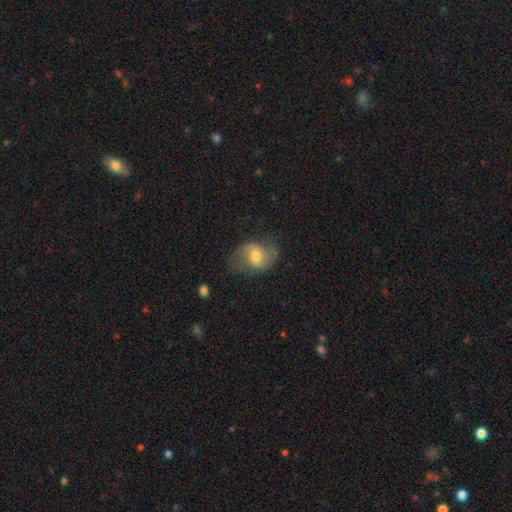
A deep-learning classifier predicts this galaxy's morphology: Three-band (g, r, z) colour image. It shows a featured or disk galaxy (64%) with no bar (51%), 2 (86%) loose (46%) spiral arms (87%) and a moderate central bulge (64%). Merging: none (61%).